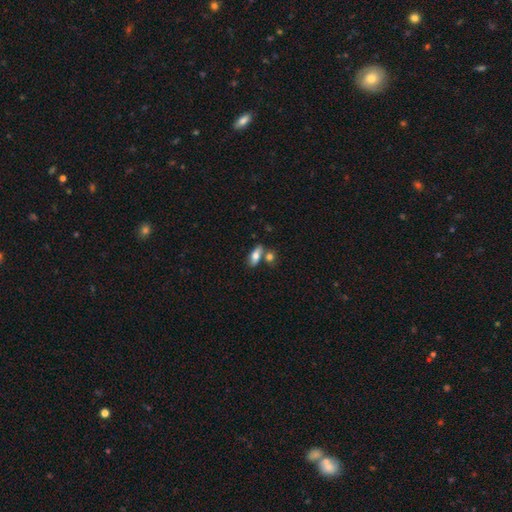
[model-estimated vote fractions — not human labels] Morphology: type=smooth (71%); roundness=in between (75%); merging=none (59%).